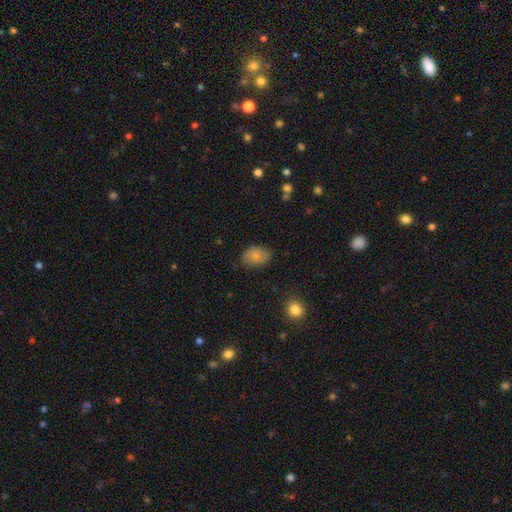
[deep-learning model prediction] Smooth or featured?
  - smooth: 77% *
  - featured or disk: 15%
  - star or artifact: 8%
How rounded?
  - in between: 80% *
  - round: 19%
  - cigar-shaped: 1%
Merging?
  - none: 74% *
  - minor disturbance: 20%
  - major disturbance: 4%
  - merger: 1%